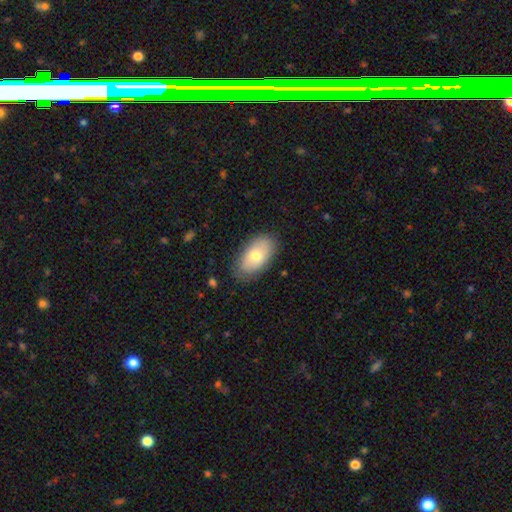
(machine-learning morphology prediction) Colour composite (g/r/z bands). It shows a smooth galaxy with no disk features (69%) that is in between round and cigar-shaped (93%). Merging: none (82%).